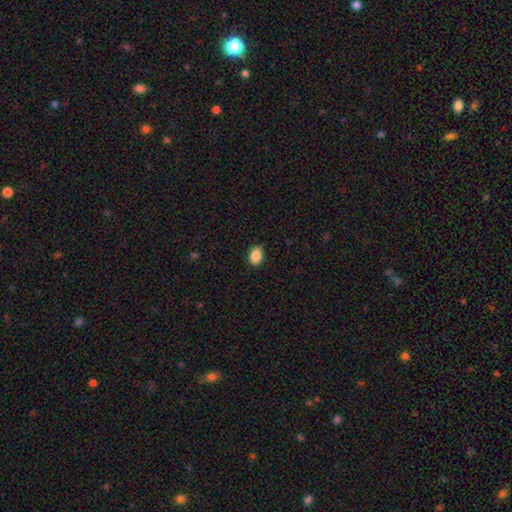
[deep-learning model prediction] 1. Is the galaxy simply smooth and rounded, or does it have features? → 88% smooth, 8% star or artifact, 4% featured or disk.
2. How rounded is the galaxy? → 84% in between, 15% round, 1% cigar-shaped.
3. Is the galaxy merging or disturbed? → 89% none, 8% minor disturbance, 2% major disturbance, 1% merger.